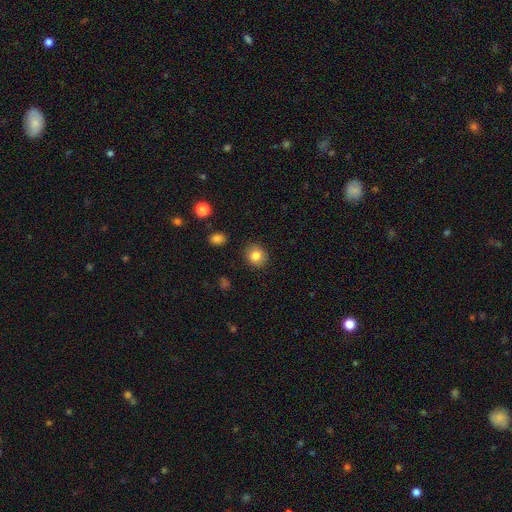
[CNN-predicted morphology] Smooth or featured? smooth (83%)
How rounded? round (82%)
Merging? none (90%)